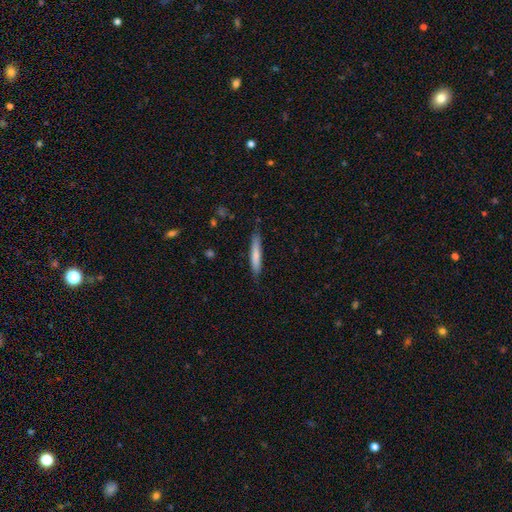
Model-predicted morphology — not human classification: Overall: smooth (75%). How rounded: cigar-shaped (91%). Merging: none (81%).